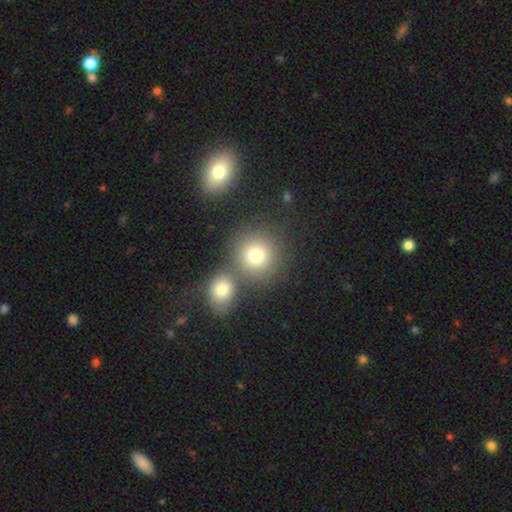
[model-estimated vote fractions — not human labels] Q: Smooth or featured?
A: smooth (77%); runner-up: star or artifact (13%)
Q: How rounded?
A: round (89%); runner-up: in between (10%)
Q: Merging?
A: none (60%); runner-up: merger (29%)